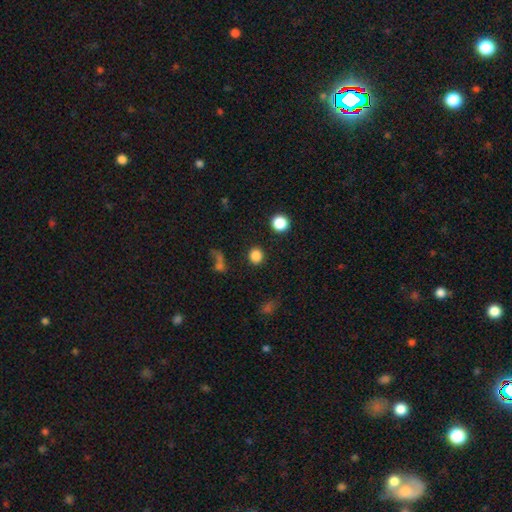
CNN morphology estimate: Smooth or featured: smooth — 83% (star or artifact — 13%)
How rounded: round — 87% (in between — 12%)
Merging: none — 88% (minor disturbance — 6%)